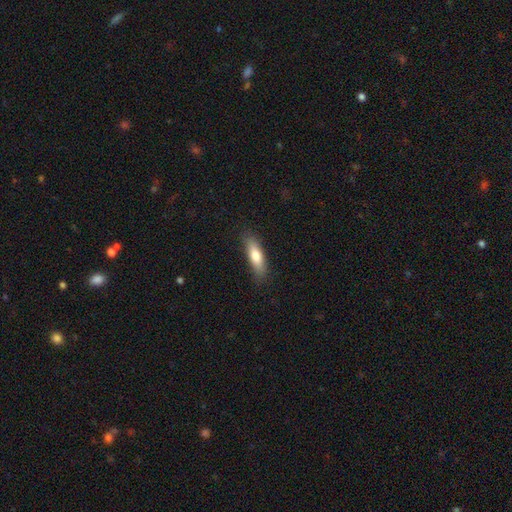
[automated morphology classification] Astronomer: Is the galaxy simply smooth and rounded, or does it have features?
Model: smooth — 74%.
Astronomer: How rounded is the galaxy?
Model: cigar-shaped — 58% (runner-up: in between, 40%).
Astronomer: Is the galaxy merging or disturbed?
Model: none — 84%.